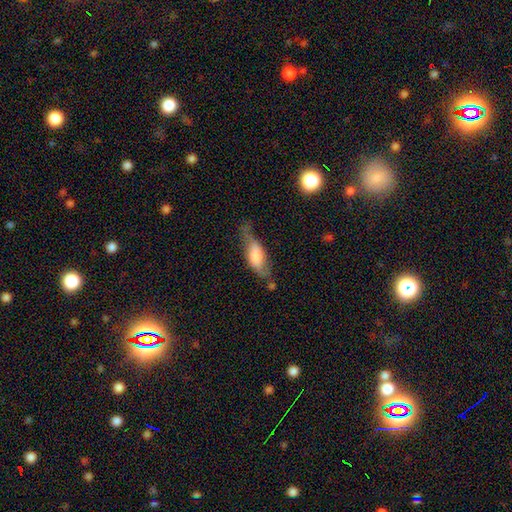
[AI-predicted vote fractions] A smooth galaxy with no disk features (55%) that is in between round and cigar-shaped (65%). Merging: none (42%).